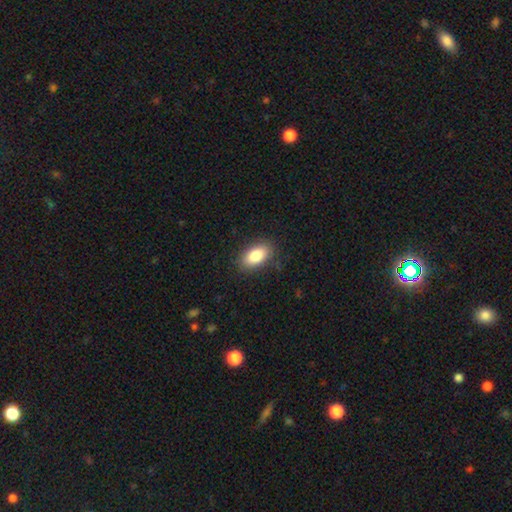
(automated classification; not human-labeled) Smooth or featured? Predicted: smooth (p=0.85). How rounded? Predicted: in between (p=0.92). Merging? Predicted: none (p=0.86).